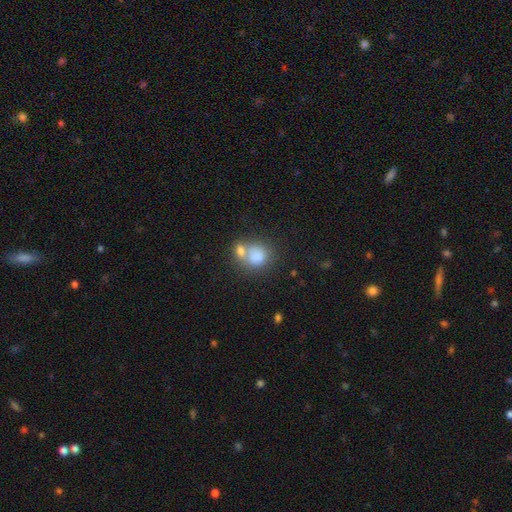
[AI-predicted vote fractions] Overall: smooth (79%). How rounded: round (70%). Merging: merger (47%; none 35%).